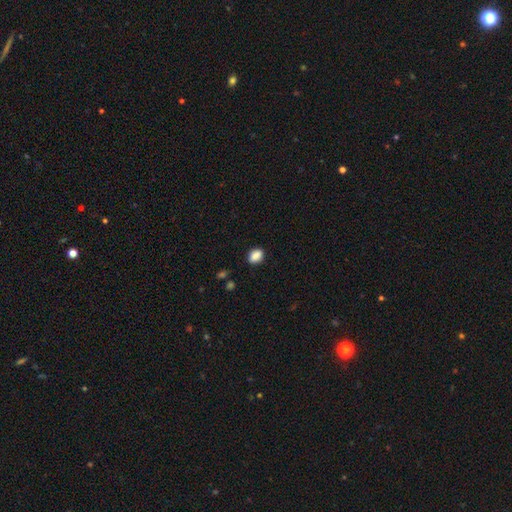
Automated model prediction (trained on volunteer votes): smooth_or_featured: smooth (p=0.87) [alt: star or artifact p=0.09]
how_rounded: in between (p=0.69) [alt: round p=0.30]
merging: none (p=0.84) [alt: minor disturbance p=0.11]